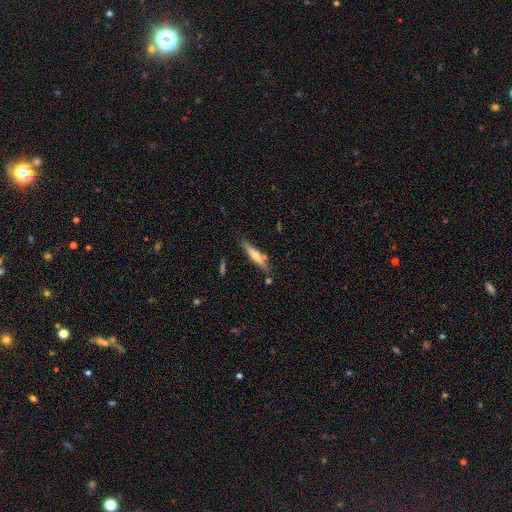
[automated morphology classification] smooth-or-featured: featured or disk: 54% | smooth: 40% | star or artifact: 6%
  disk-edge-on: yes: 93% | no: 7%
    edge-on-bulge: rounded: 88% | none: 8% | boxy: 4%
  merging: none: 78% | minor disturbance: 13% | merger: 6% | major disturbance: 3%